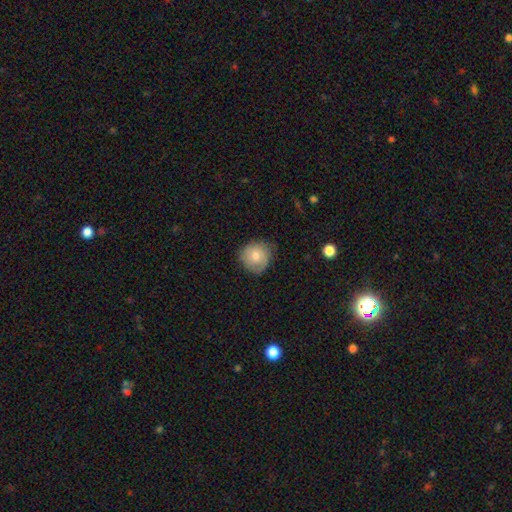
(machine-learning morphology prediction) Smooth or featured: smooth — 72% (featured or disk — 20%)
How rounded: round — 86% (in between — 13%)
Merging: none — 67% (minor disturbance — 27%)